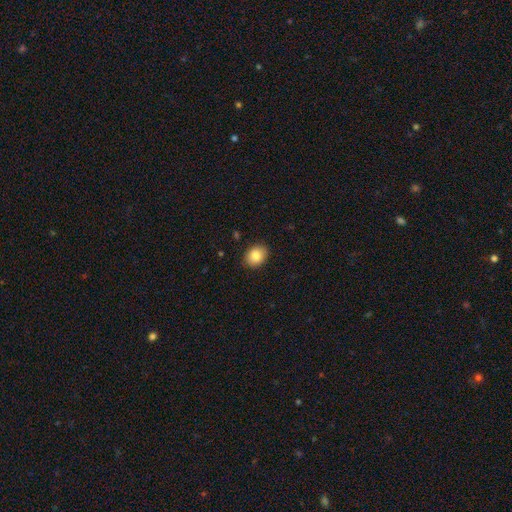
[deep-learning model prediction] Morphology: type=smooth (85%); roundness=round (52%); merging=none (89%).